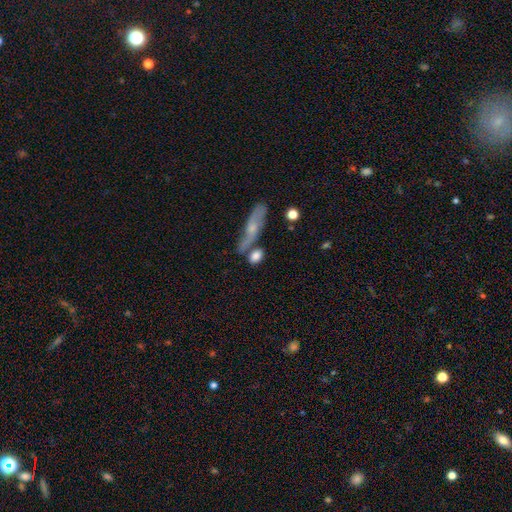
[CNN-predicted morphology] Smooth or featured?
  - smooth: 76% *
  - featured or disk: 17%
  - star or artifact: 8%
How rounded?
  - in between: 62% *
  - round: 22%
  - cigar-shaped: 16%
Merging?
  - none: 52% *
  - merger: 27%
  - minor disturbance: 15%
  - major disturbance: 7%